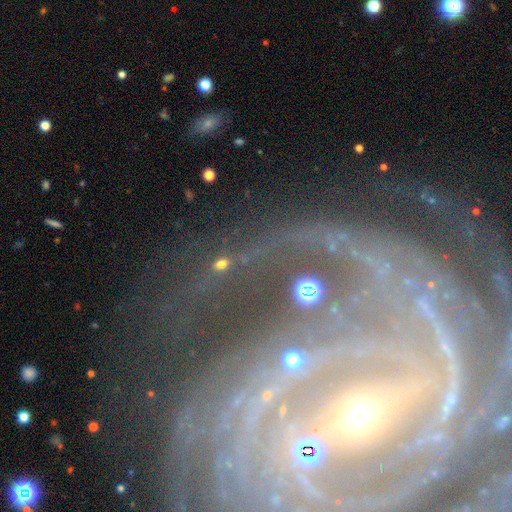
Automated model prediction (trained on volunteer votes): The model was most divided on "spiral arm count": can't tell: 20%, 3: 19%, 2: 18%, 4: 18%, more than 4: 15%, 1: 11%. More confident: spiral arms — yes (97%); edge-on disk — no (96%); smooth or featured — featured or disk (87%); bulge size — small (73%); merging — none (71%); spiral winding — tight (69%); bar — strong (53%).